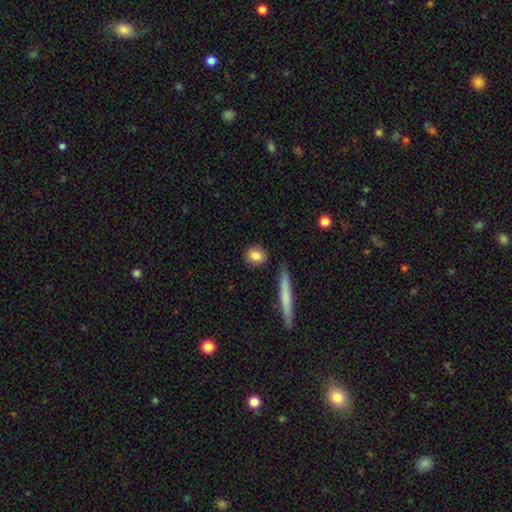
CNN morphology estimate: smooth 83%, featured or disk 9%, star or artifact 7%. Down the decision tree: how rounded — round (60%); merging — none (86%).